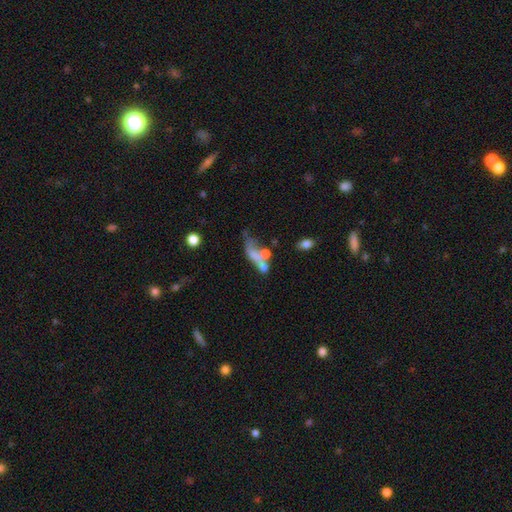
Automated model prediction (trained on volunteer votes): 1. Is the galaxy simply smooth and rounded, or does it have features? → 49% smooth, 37% featured or disk, 13% star or artifact.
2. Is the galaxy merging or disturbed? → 36% merger, 28% major disturbance, 20% none, 16% minor disturbance.